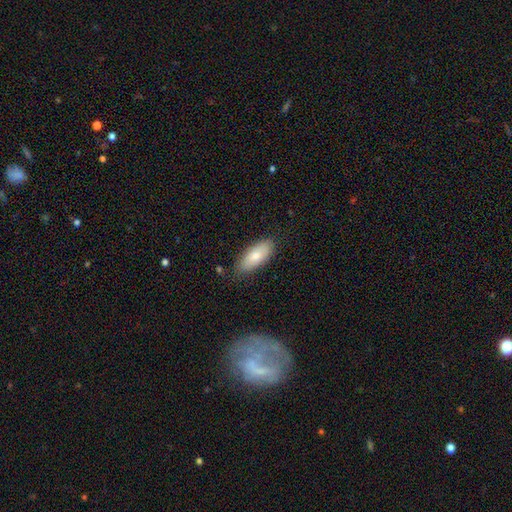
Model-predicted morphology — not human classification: A smooth galaxy with no disk features (76%) that is in between round and cigar-shaped (83%). Merging: none (81%).